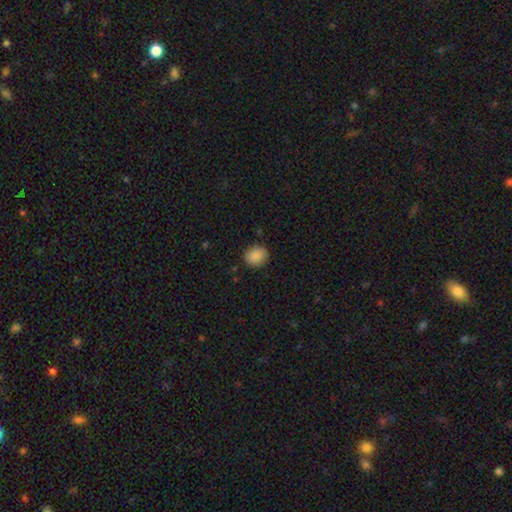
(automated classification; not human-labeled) Smooth or featured? smooth (89%)
How rounded? round (72%)
Merging? none (87%)